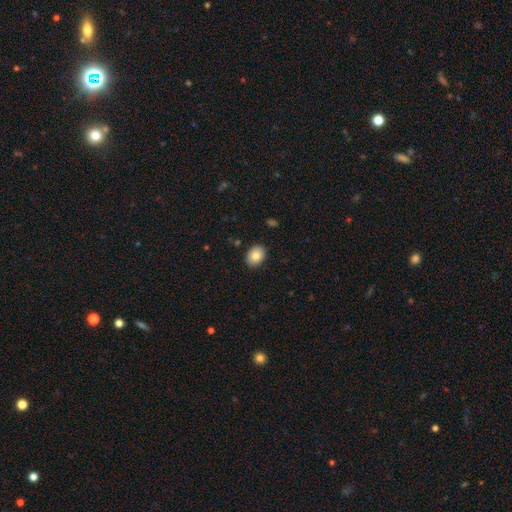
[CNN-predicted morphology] smooth-or-featured: smooth: 82% | featured or disk: 10% | star or artifact: 8%
  how-rounded: in between: 67% | round: 32% | cigar-shaped: 1%
  merging: none: 89% | minor disturbance: 8% | major disturbance: 2% | merger: 1%